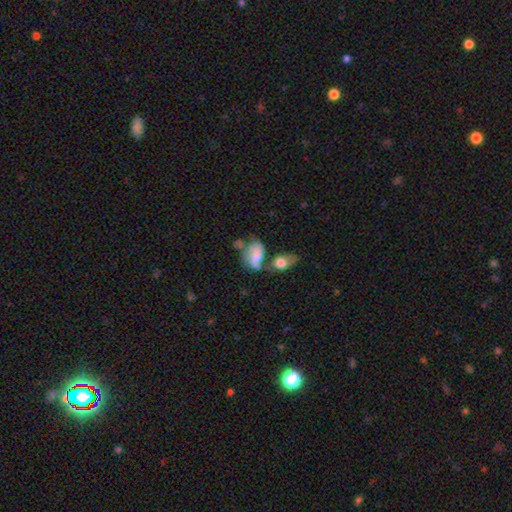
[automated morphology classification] Overall: smooth (52%; featured or disk 39%). How rounded: in between (85%). Merging: merger (44%; major disturbance 20%).